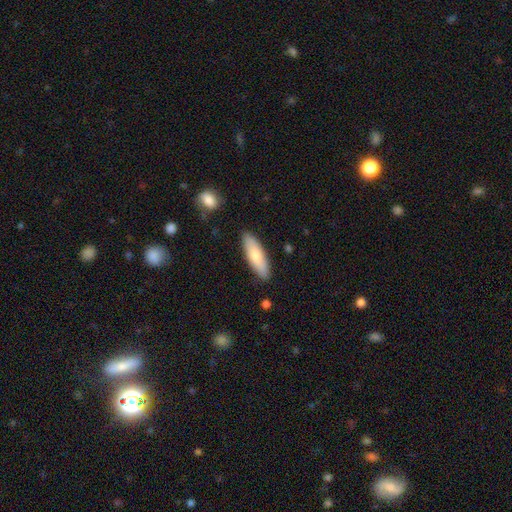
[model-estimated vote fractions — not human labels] smooth_or_featured: smooth (p=0.78) [alt: featured or disk p=0.17]
how_rounded: in between (p=0.51) [alt: cigar-shaped p=0.47]
merging: none (p=0.87) [alt: minor disturbance p=0.10]